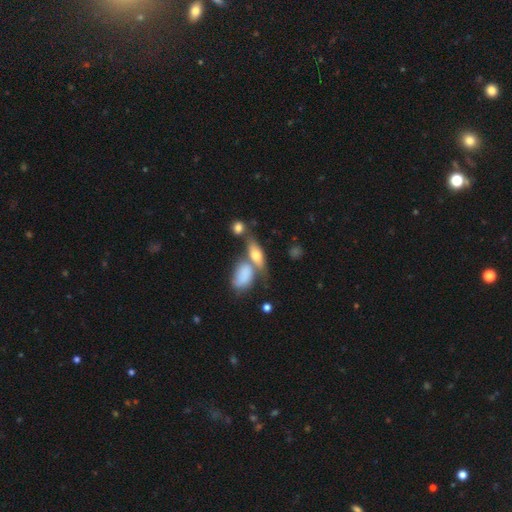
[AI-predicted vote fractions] This is likely a smooth galaxy (60%). How rounded: likely in between (69%). Merging: marginally none (40%).